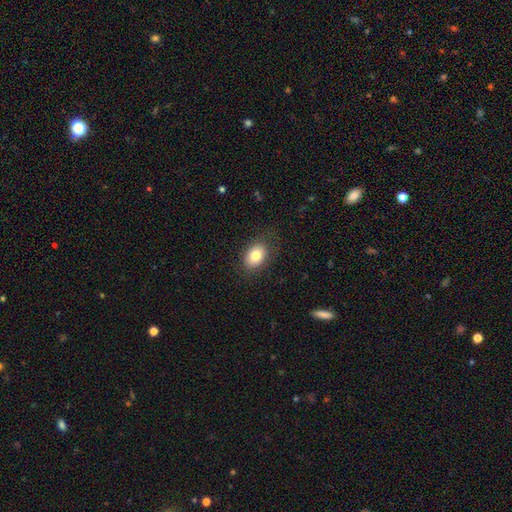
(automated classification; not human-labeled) smooth 80%, featured or disk 11%, star or artifact 9%. Down the decision tree: how rounded — in between (76%); merging — none (82%).